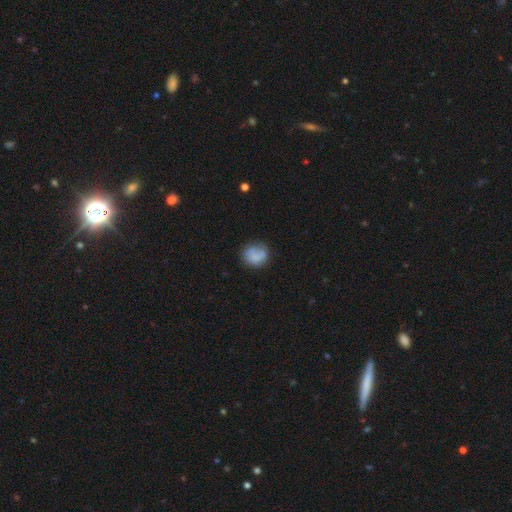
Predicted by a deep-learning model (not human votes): Morphology: type=smooth (76%); roundness=round (74%); merging=none (63%).